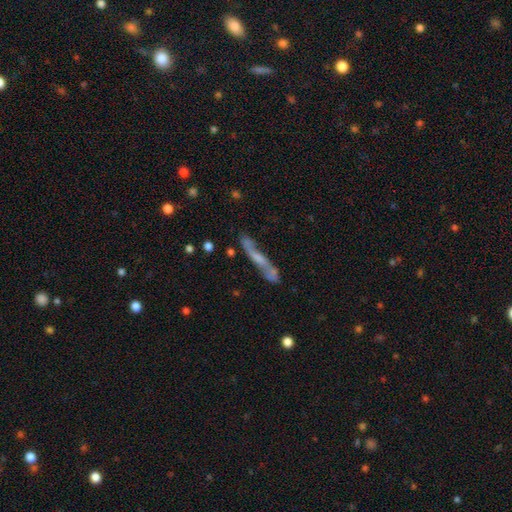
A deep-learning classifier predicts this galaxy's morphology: smooth-or-featured: featured or disk: 66% | smooth: 26% | star or artifact: 8%
  disk-edge-on: yes: 52% | no: 48%
  merging: none: 65% | minor disturbance: 20% | major disturbance: 9% | merger: 6%